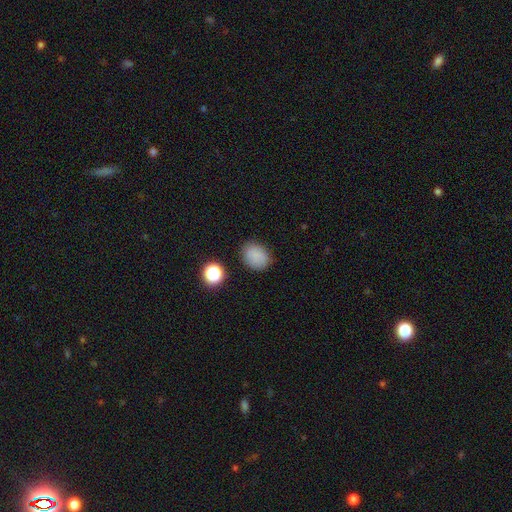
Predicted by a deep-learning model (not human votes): Smooth or featured: smooth — 84% (star or artifact — 12%)
How rounded: in between — 58% (round — 41%)
Merging: none — 83% (minor disturbance — 12%)